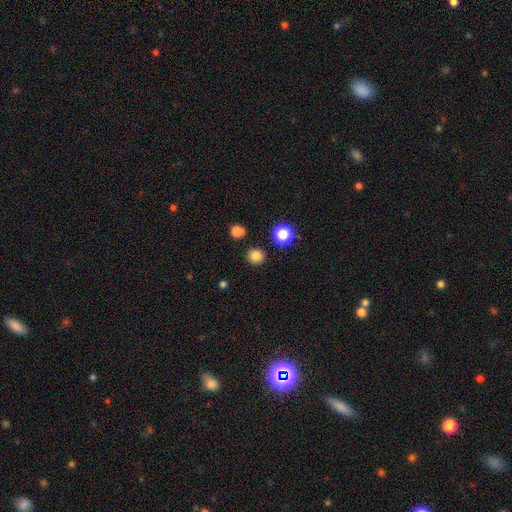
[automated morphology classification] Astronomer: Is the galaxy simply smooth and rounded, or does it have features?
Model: smooth — 81%.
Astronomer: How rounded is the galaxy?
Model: round — 93%.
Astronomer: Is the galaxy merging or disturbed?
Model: none — 89%.